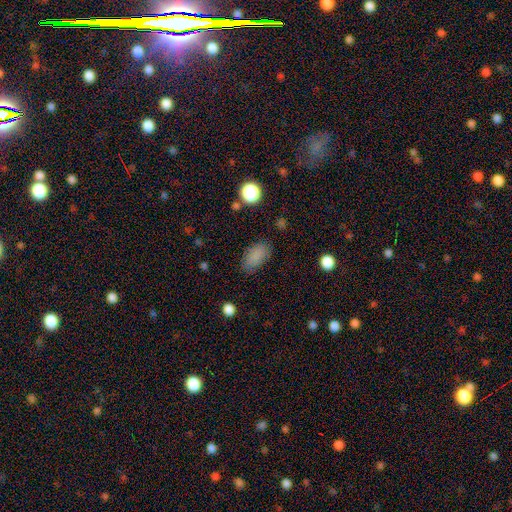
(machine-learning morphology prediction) Smooth or featured: smooth — 85% (star or artifact — 10%)
How rounded: in between — 91% (round — 5%)
Merging: none — 82% (minor disturbance — 13%)